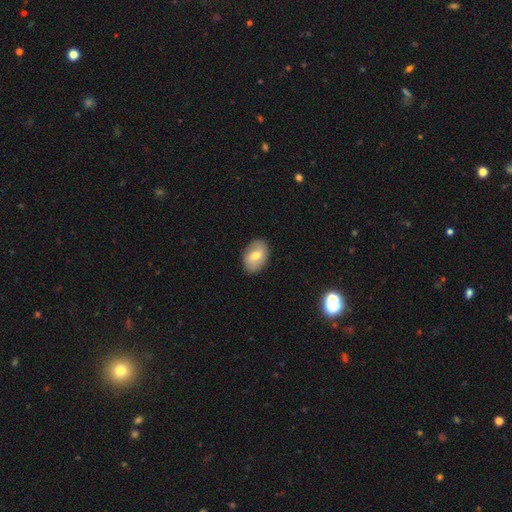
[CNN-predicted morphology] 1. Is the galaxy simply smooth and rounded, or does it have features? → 60% smooth, 33% featured or disk, 7% star or artifact.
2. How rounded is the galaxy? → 80% in between, 19% round, 1% cigar-shaped.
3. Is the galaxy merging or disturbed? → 86% none, 10% minor disturbance, 2% major disturbance, 1% merger.